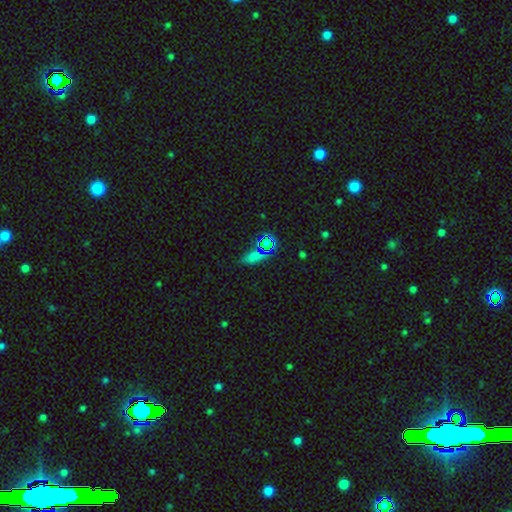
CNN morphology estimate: Q: Smooth or featured?
A: smooth (54%); runner-up: star or artifact (38%)
Q: How rounded?
A: in between (72%); runner-up: round (15%)
Q: Merging?
A: none (73%); runner-up: minor disturbance (16%)